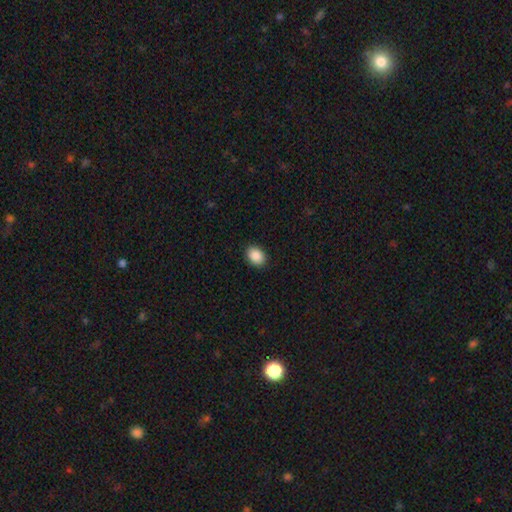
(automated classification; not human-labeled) Q: Smooth or featured?
A: smooth (90%); runner-up: star or artifact (7%)
Q: How rounded?
A: in between (72%); runner-up: round (27%)
Q: Merging?
A: none (90%); runner-up: minor disturbance (7%)